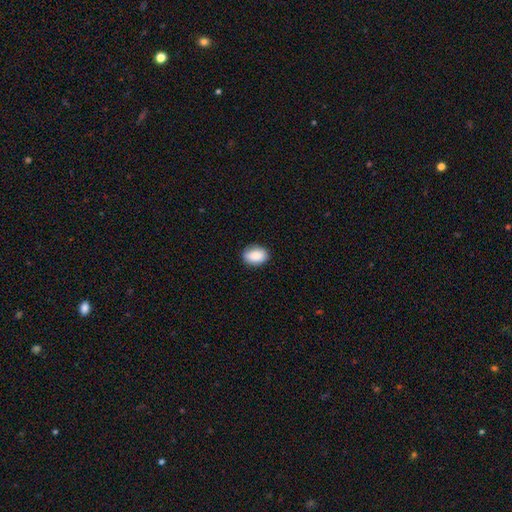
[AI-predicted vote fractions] Smooth or featured?
  - smooth: 89% *
  - star or artifact: 7%
  - featured or disk: 5%
How rounded?
  - in between: 78% *
  - round: 21%
  - cigar-shaped: 1%
Merging?
  - none: 84% *
  - minor disturbance: 13%
  - major disturbance: 2%
  - merger: 1%